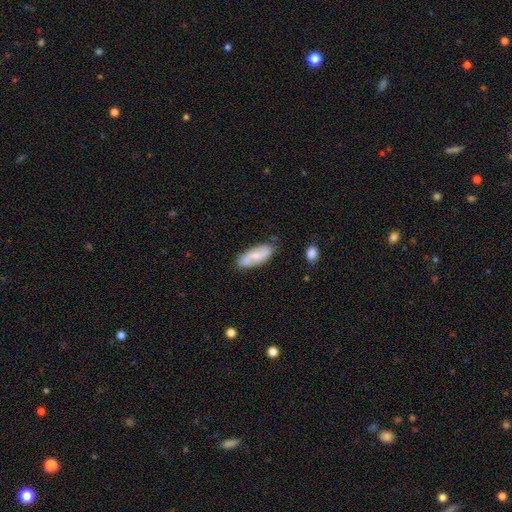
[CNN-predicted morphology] type=featured or disk (47%); merging=none (79%).